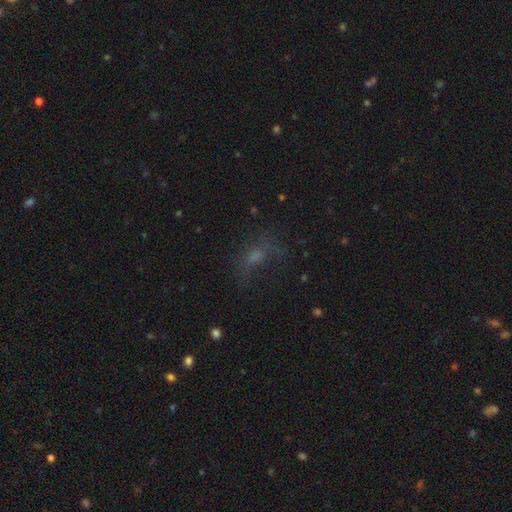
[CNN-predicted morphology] Smooth or featured? Predicted: smooth (p=0.45). Merging? Predicted: none (p=0.47).